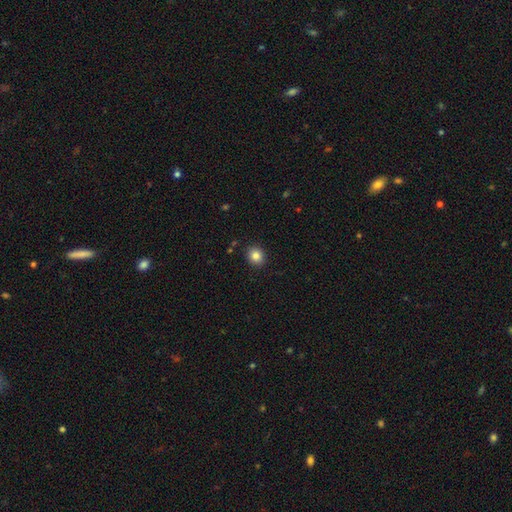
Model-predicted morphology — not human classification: smooth 84%, star or artifact 10%, featured or disk 5%. Down the decision tree: how rounded — round (74%); merging — none (90%).